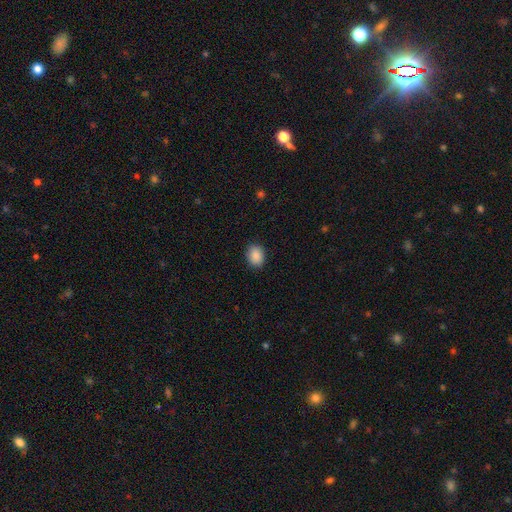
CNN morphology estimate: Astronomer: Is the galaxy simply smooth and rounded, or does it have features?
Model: smooth — 89%.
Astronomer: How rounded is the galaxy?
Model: in between — 60% (runner-up: round, 39%).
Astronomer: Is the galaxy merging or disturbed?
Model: none — 88%.